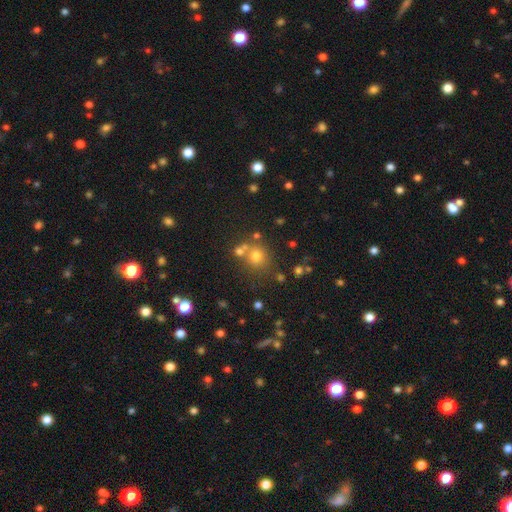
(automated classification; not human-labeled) Smooth or featured? smooth (67%)
How rounded? round (85%)
Merging? none (63%)